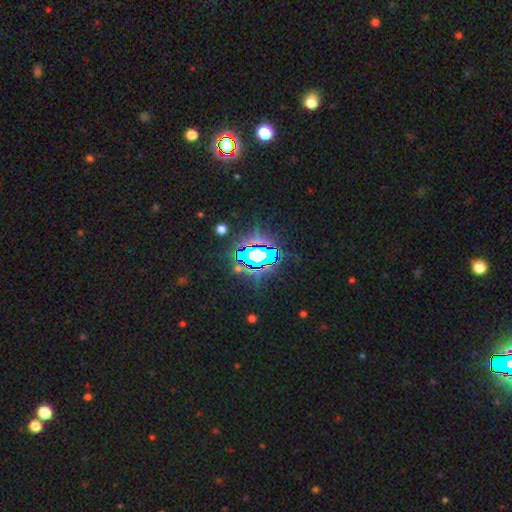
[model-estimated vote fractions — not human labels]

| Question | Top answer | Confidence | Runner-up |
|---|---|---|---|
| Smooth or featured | star or artifact | 73% | featured or disk (14%) |